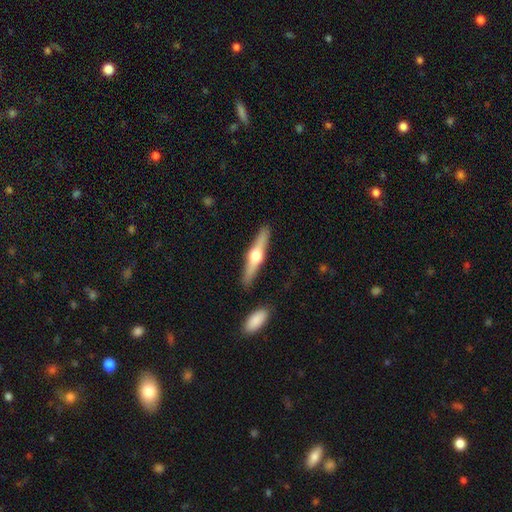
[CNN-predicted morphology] The model was most divided on "smooth or featured": featured or disk: 67%, smooth: 28%, star or artifact: 5%. More confident: edge-on disk — yes (97%); edge-on bulge — rounded (95%); merging — none (89%).